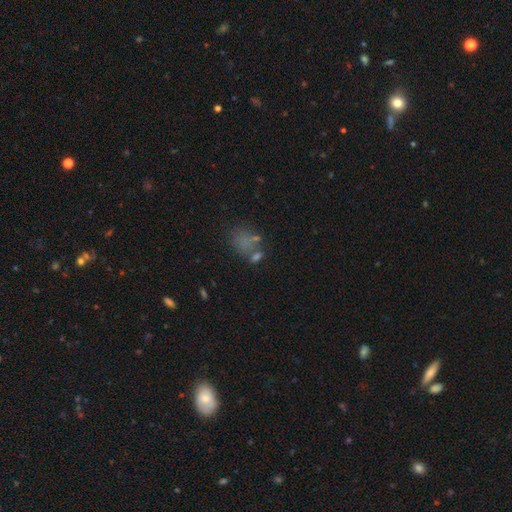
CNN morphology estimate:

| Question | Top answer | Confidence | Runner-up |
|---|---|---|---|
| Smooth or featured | smooth | 57% | star or artifact (24%) |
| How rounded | in between | 60% | round (37%) |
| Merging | none | 45% | merger (24%) |